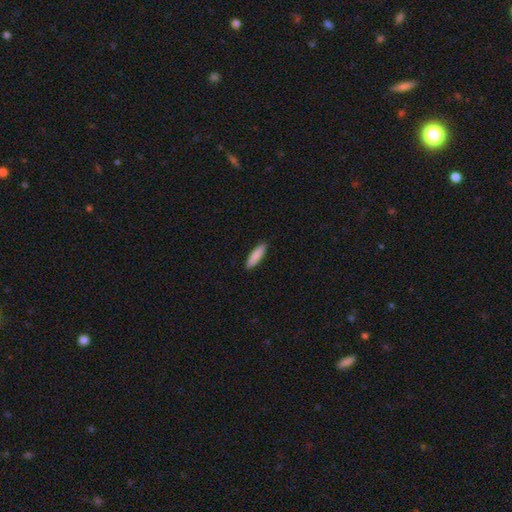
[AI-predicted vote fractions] A smooth galaxy with no disk features (89%) that is cigar-shaped (68%). Merging: none (90%).